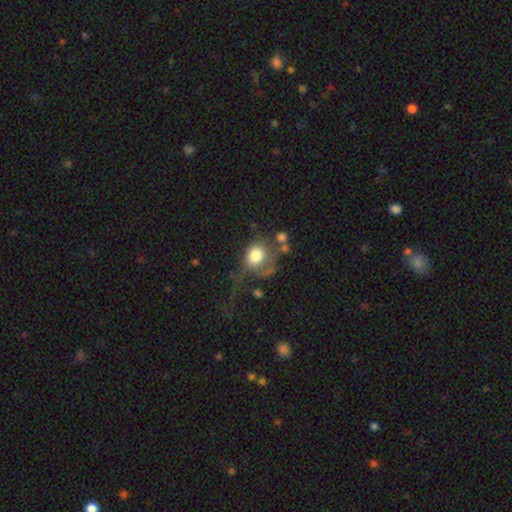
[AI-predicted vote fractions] The model was most divided on "merging": major disturbance: 38%, none: 31%, minor disturbance: 19%, merger: 12%. More confident: how rounded — round (72%); smooth or featured — smooth (71%).